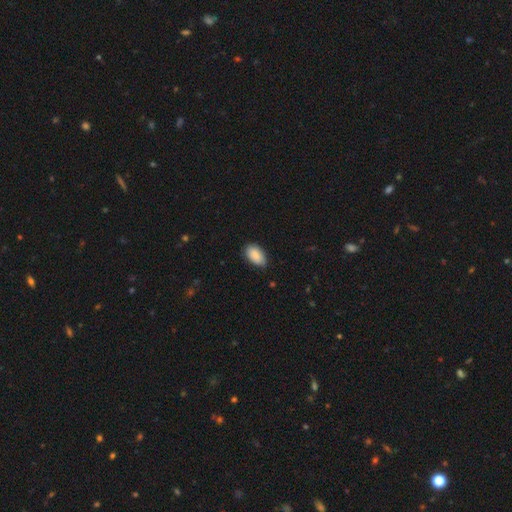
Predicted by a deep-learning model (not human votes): Morphology: type=smooth (89%); roundness=in between (94%); merging=none (75%).